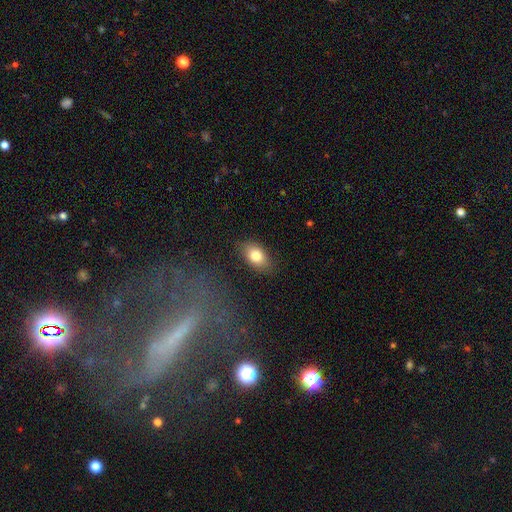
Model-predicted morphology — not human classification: Overall: smooth (81%). How rounded: in between (88%). Merging: none (84%).